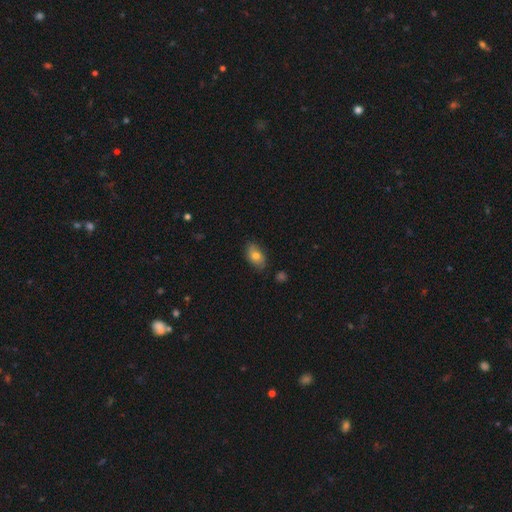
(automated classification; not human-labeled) Q: Smooth or featured?
A: smooth (73%); runner-up: featured or disk (19%)
Q: How rounded?
A: in between (89%); runner-up: round (8%)
Q: Merging?
A: none (79%); runner-up: minor disturbance (16%)